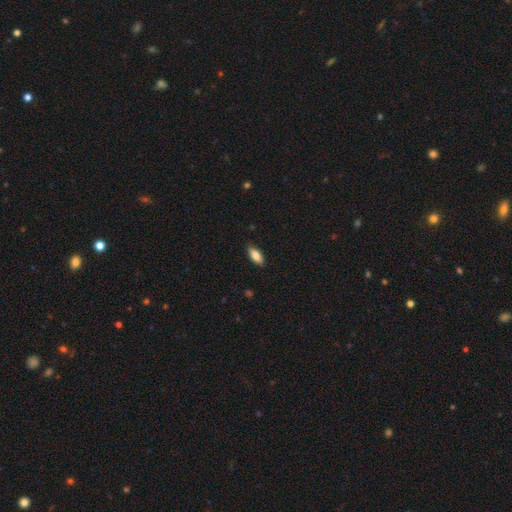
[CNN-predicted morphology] Overall: smooth (81%). How rounded: in between (85%). Merging: none (88%).